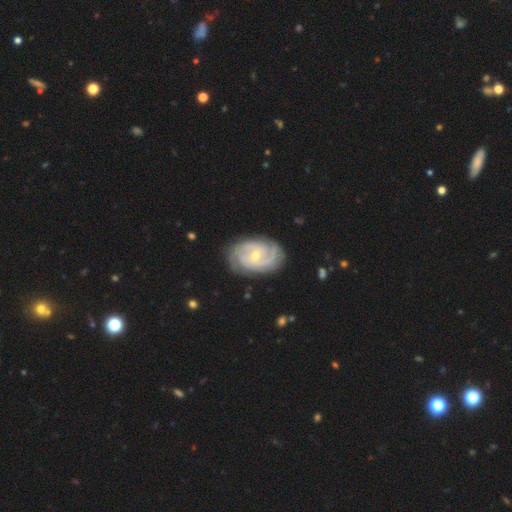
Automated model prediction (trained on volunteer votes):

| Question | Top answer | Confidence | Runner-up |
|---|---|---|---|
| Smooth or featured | featured or disk | 87% | smooth (8%) |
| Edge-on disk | no | 97% | yes (3%) |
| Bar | no | 53% | weak (38%) |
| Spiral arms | yes | 97% | no (3%) |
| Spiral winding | tight | 64% | medium (30%) |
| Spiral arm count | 2 | 36% | 3 (27%) |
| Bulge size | moderate | 49% | small (48%) |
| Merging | none | 79% | minor disturbance (15%) |